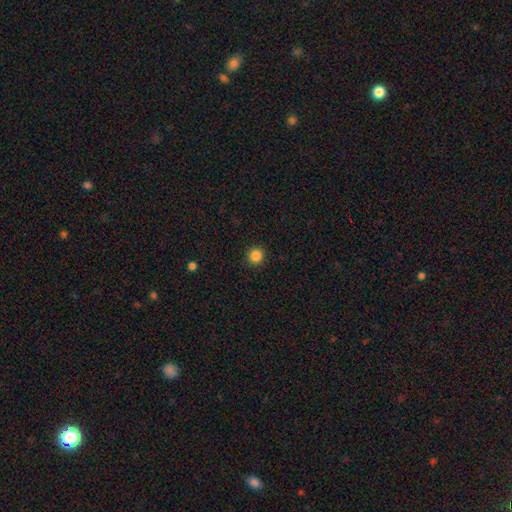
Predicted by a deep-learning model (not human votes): Morphology: type=smooth (86%); roundness=round (95%); merging=none (92%).